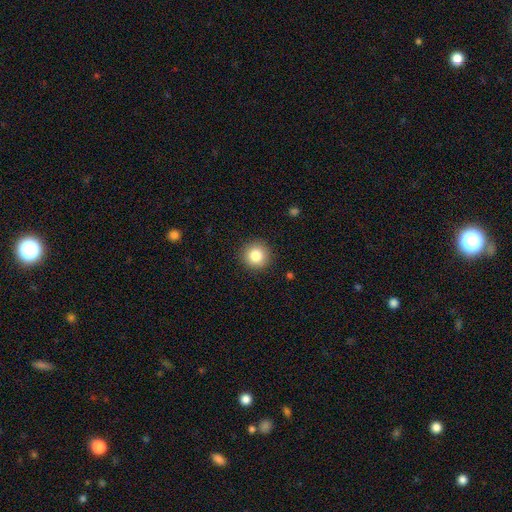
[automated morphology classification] Smooth or featured? Predicted: smooth (p=0.85). How rounded? Predicted: round (p=0.95). Merging? Predicted: none (p=0.91).